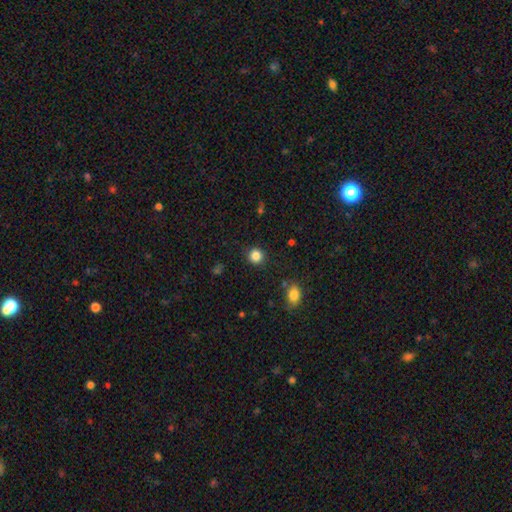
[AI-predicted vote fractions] A smooth galaxy with no disk features (85%) that is round (90%).

Vote fractions:
- Smooth or featured? smooth: 85% / star or artifact: 11% / featured or disk: 4%
- How rounded? round: 90% / in between: 9% / cigar-shaped: 1%
- Merging? none: 89% / minor disturbance: 7% / major disturbance: 2% / merger: 2%